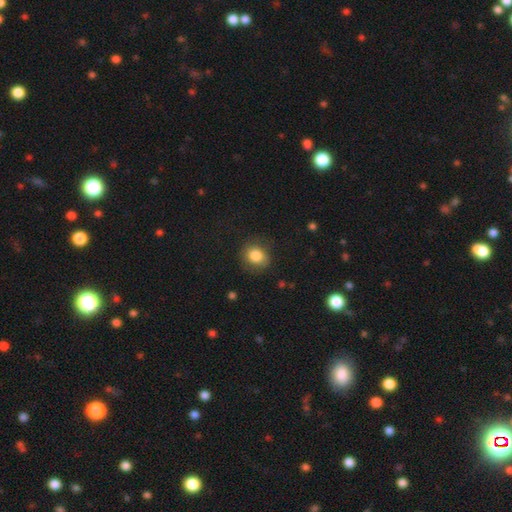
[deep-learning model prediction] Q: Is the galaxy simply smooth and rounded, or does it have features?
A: smooth — 83%.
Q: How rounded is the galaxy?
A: round — 67%.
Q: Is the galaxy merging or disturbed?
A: none — 77%.